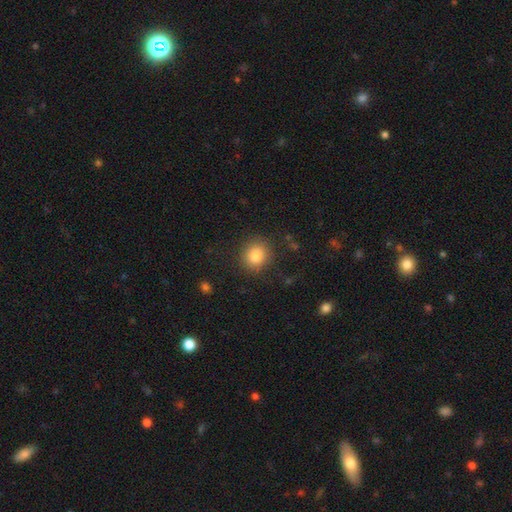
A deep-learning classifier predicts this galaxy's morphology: Smooth or featured? Predicted: smooth (p=0.83). How rounded? Predicted: round (p=0.83). Merging? Predicted: none (p=0.87).